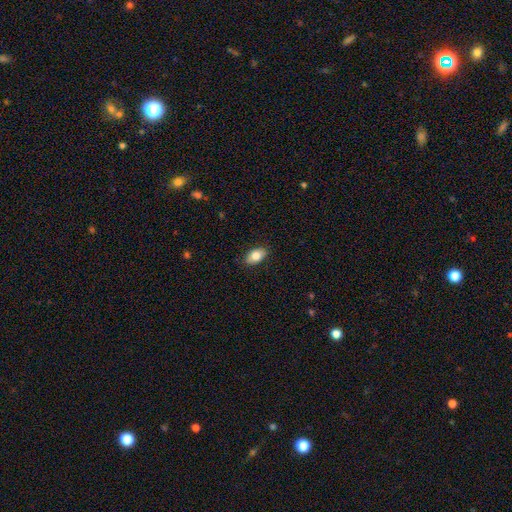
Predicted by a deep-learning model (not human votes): This is clearly a smooth galaxy (80%). How rounded: clearly in between (91%). Merging: clearly none (87%).